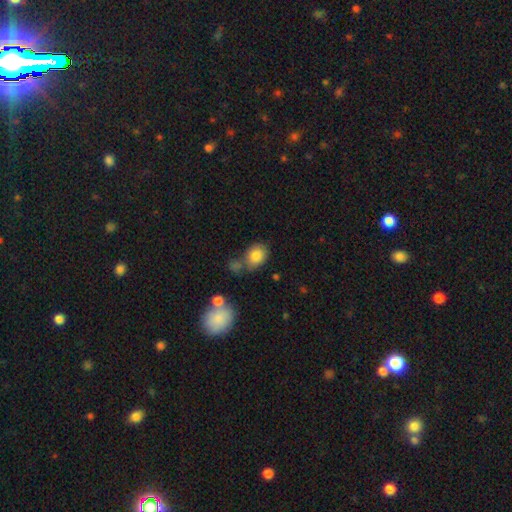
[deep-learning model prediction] The model was most divided on "how rounded": in between: 56%, round: 43%, cigar-shaped: 1%. More confident: smooth or featured — smooth (82%); merging — none (53%).